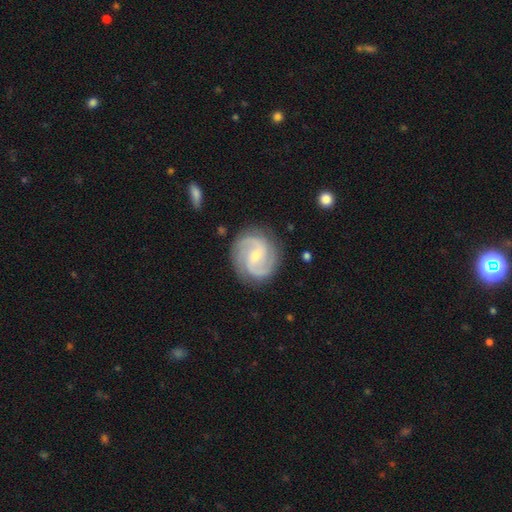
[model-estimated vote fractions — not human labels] This is clearly a featured or disk galaxy (90%). It is clearly not viewed edge-on (98%). Bar: possibly weak (50%). Spiral arm pattern: clearly yes (98%). Spiral arm count: likely 2 (69%). Spiral winding: possibly medium (51%). Central bulge: likely small (62%). Merging: clearly none (84%).